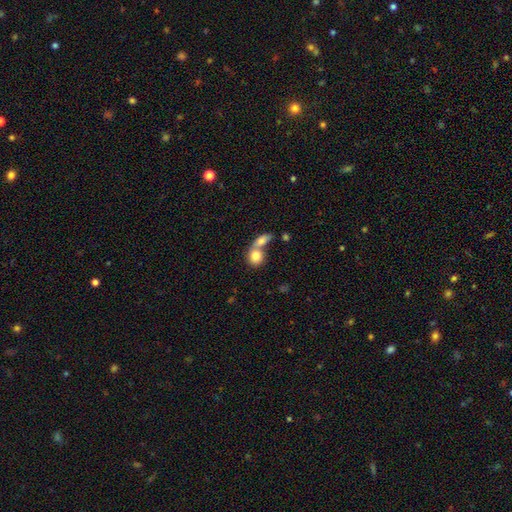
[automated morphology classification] smooth 78%, featured or disk 14%, star or artifact 7%. Down the decision tree: how rounded — round (66%); merging — merger (66%).